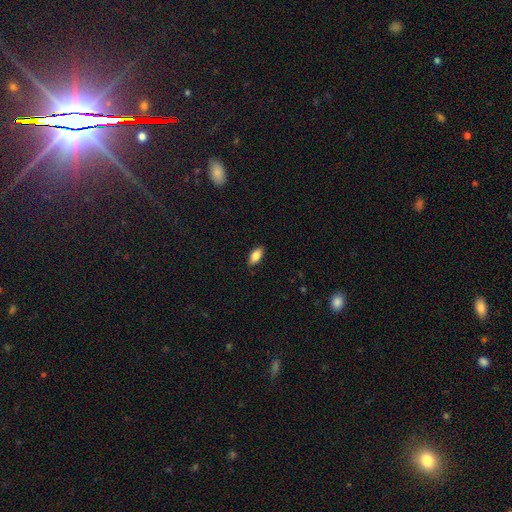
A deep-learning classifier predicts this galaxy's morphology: smooth 85%, featured or disk 9%, star or artifact 7%. Down the decision tree: how rounded — in between (88%); merging — none (87%).